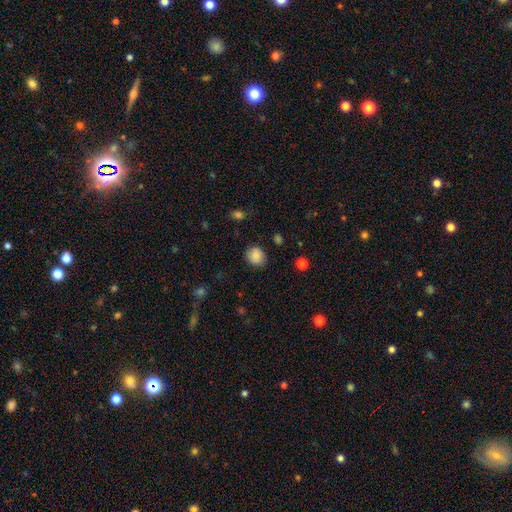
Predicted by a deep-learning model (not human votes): The model was most divided on "how rounded": round: 80%, in between: 19%, cigar-shaped: 1%. More confident: smooth or featured — smooth (86%); merging — none (85%).